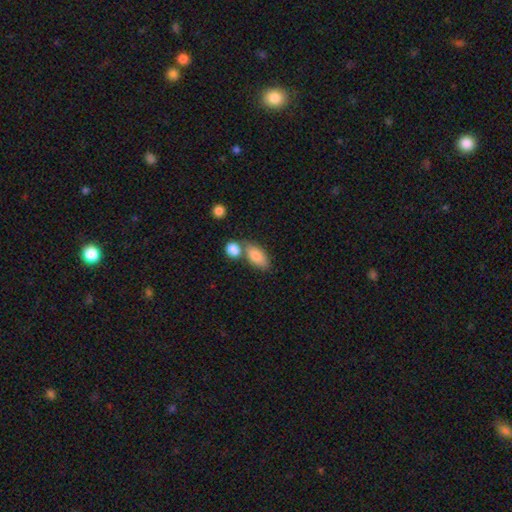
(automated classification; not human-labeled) A smooth galaxy with no disk features (83%) that is in between round and cigar-shaped (87%).

Vote fractions:
- Smooth or featured? smooth: 83% / featured or disk: 10% / star or artifact: 7%
- How rounded? in between: 87% / cigar-shaped: 7% / round: 6%
- Merging? none: 47% / merger: 36% / minor disturbance: 12% / major disturbance: 4%